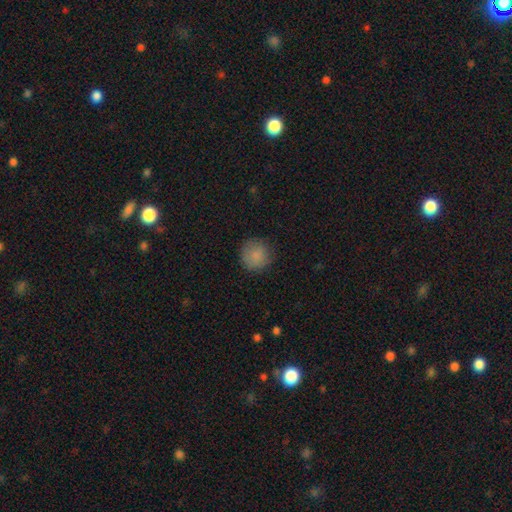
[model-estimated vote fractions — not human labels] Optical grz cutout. It shows a smooth galaxy with no disk features (86%) that is round (94%). Merging: none (84%).